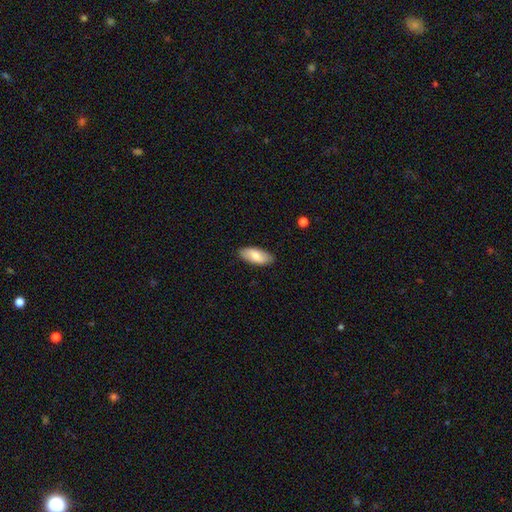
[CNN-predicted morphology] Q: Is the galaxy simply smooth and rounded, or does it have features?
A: smooth — 79%.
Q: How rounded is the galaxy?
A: in between — 88%.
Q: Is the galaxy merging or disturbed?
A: none — 87%.